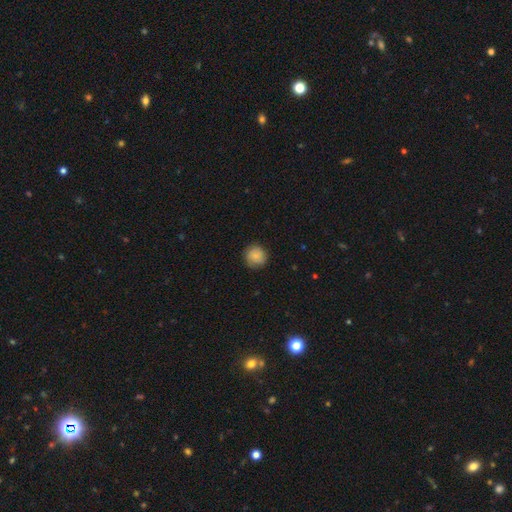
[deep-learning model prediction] Smooth or featured: smooth — 84% (featured or disk — 8%)
How rounded: round — 93% (in between — 6%)
Merging: none — 86% (minor disturbance — 11%)